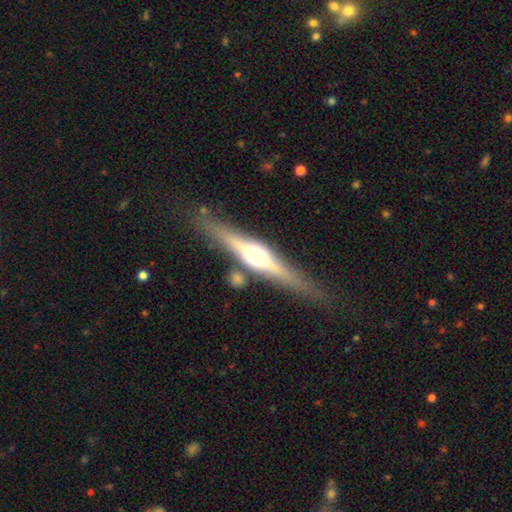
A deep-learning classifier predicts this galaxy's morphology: smooth-or-featured: featured or disk: 76% | smooth: 18% | star or artifact: 6%
  disk-edge-on: yes: 97% | no: 3%
    edge-on-bulge: rounded: 88% | boxy: 8% | none: 3%
  merging: none: 82% | minor disturbance: 11% | merger: 5% | major disturbance: 3%